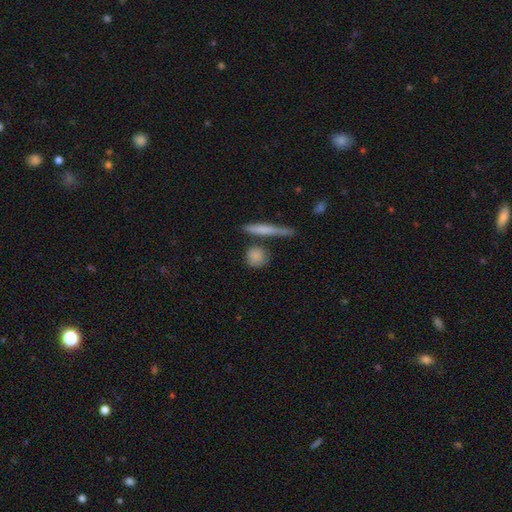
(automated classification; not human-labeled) smooth_or_featured: smooth (p=0.81) [alt: featured or disk p=0.12]
how_rounded: round (p=0.71) [alt: in between p=0.16]
merging: none (p=0.70) [alt: minor disturbance p=0.14]